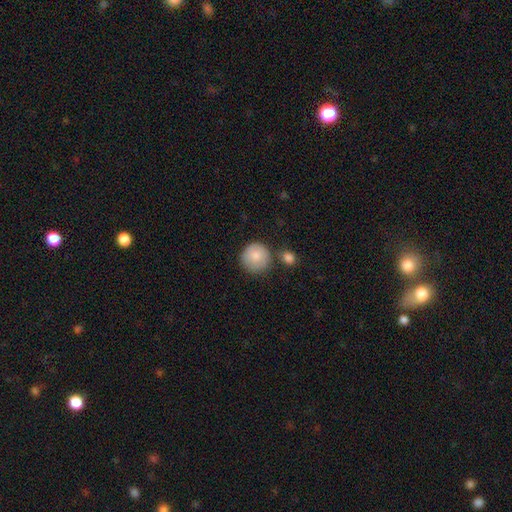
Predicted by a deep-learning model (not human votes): Overall: smooth (84%). How rounded: round (94%). Merging: none (72%).